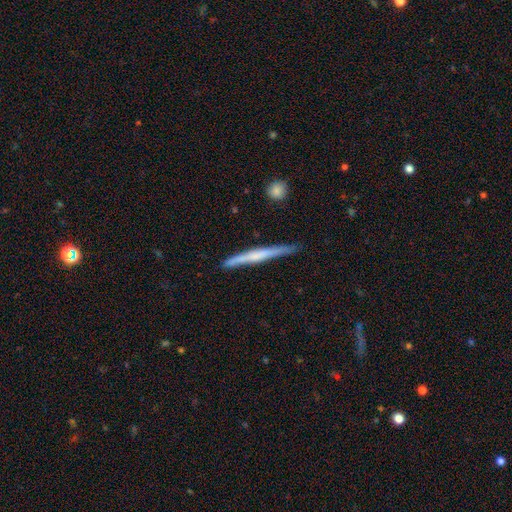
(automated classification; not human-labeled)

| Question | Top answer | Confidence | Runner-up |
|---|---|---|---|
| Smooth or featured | featured or disk | 53% | smooth (41%) |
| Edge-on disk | yes | 97% | no (3%) |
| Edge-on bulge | none | 57% | rounded (27%) |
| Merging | none | 84% | minor disturbance (13%) |